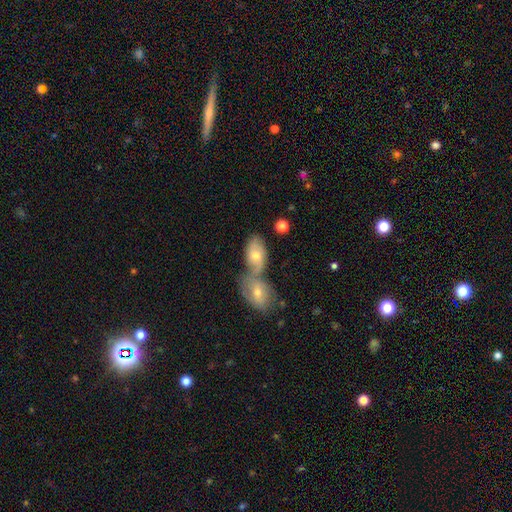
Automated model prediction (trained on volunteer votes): Smooth or featured: smooth — 49% (featured or disk — 38%)
Merging: merger — 60% (none — 29%)